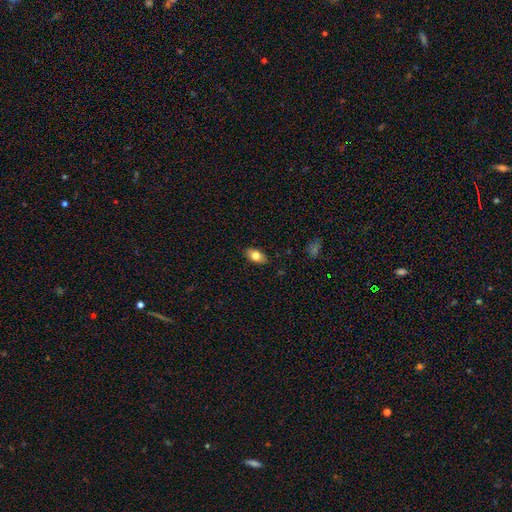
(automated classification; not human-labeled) A smooth galaxy with no disk features (76%) that is in between round and cigar-shaped (90%).

Vote fractions:
- Smooth or featured? smooth: 76% / featured or disk: 17% / star or artifact: 7%
- How rounded? in between: 90% / round: 6% / cigar-shaped: 4%
- Merging? none: 87% / minor disturbance: 10% / major disturbance: 2% / merger: 1%